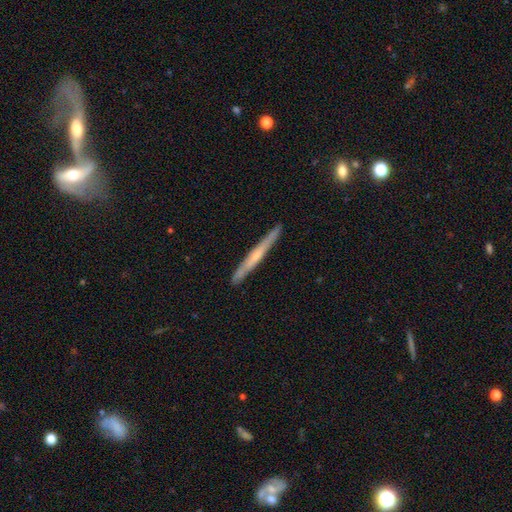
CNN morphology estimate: This is possibly a featured or disk galaxy (59%). It is clearly viewed edge-on (96%). Edge-on bulge: possibly none (49%). Merging: clearly none (90%).